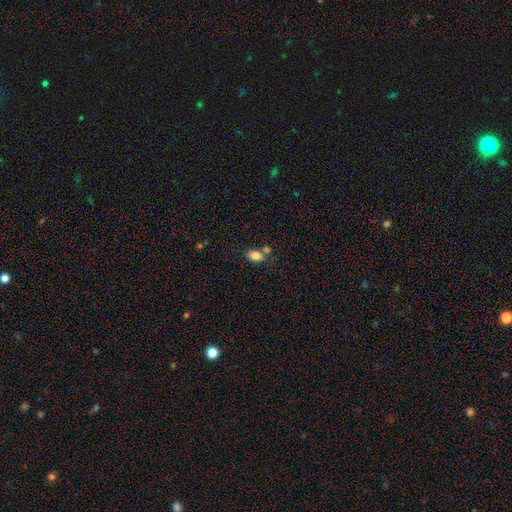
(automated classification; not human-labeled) Smooth or featured? Predicted: smooth (p=0.81). How rounded? Predicted: in between (p=0.85). Merging? Predicted: none (p=0.60).